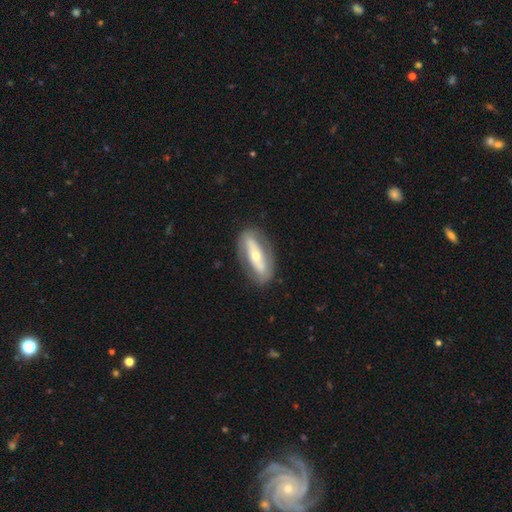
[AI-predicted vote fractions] Q: Smooth or featured?
A: featured or disk (64%); runner-up: smooth (30%)
Q: Edge-on disk?
A: no (70%); runner-up: yes (30%)
Q: Merging?
A: none (81%); runner-up: minor disturbance (13%)